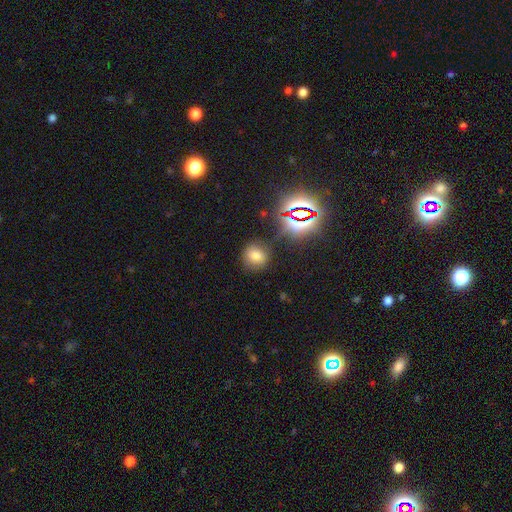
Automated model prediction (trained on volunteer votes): This appears to be a smooth galaxy with no disk features (69%) that is round (80%). Merging: none (79%).